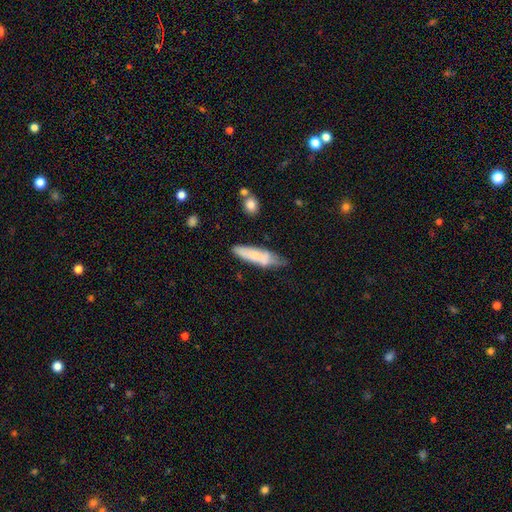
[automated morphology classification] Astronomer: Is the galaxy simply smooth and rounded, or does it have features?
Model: smooth — 65%.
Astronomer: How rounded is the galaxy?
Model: cigar-shaped — 64%.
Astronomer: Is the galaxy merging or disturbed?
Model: none — 53% (runner-up: minor disturbance, 30%).